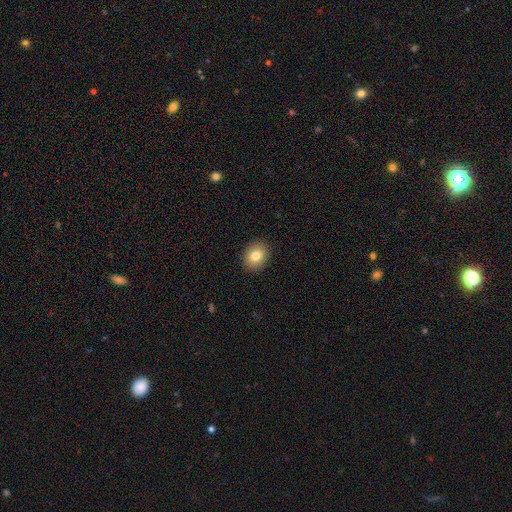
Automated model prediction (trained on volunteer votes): smooth_or_featured: smooth (p=0.80) [alt: featured or disk p=0.11]
how_rounded: in between (p=0.52) [alt: round p=0.47]
merging: none (p=0.91) [alt: minor disturbance p=0.07]